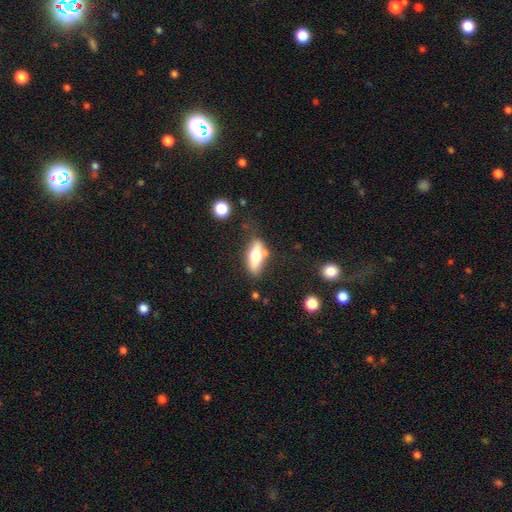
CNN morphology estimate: smooth 56%, featured or disk 37%, star or artifact 7%. Down the decision tree: how rounded — in between (66%); merging — none (66%).